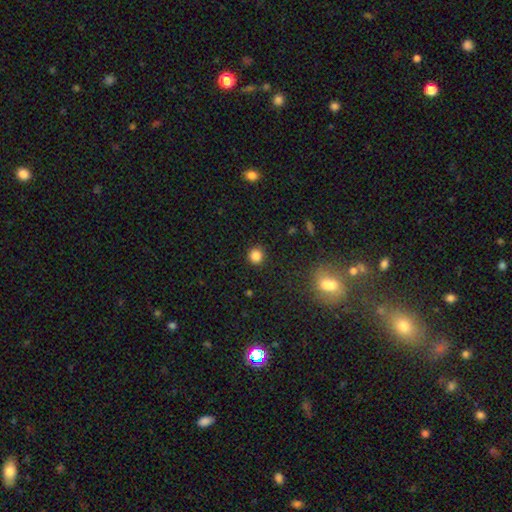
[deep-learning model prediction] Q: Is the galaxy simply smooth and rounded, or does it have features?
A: smooth — 83%.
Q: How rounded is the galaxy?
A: round — 91%.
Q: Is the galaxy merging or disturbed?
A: none — 91%.